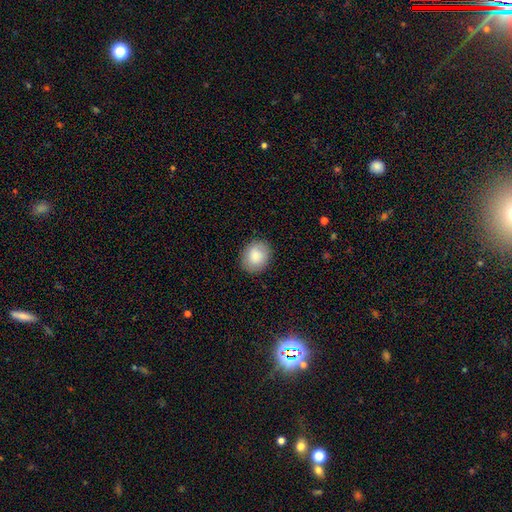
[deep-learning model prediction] This is clearly a smooth galaxy (86%). How rounded: possibly round (57%). Merging: clearly none (88%).